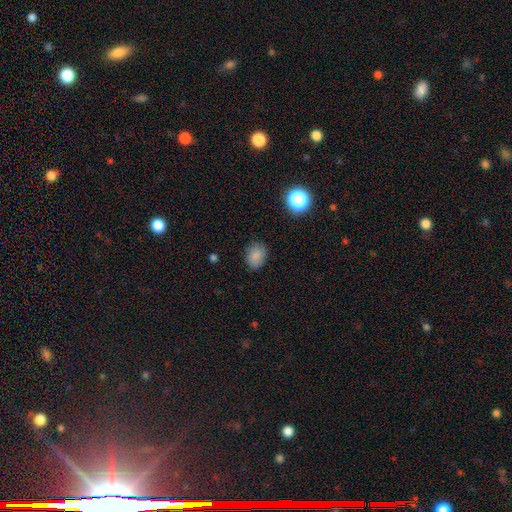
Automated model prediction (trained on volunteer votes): smooth 84%, star or artifact 11%, featured or disk 6%. Down the decision tree: how rounded — in between (52%); merging — none (82%).